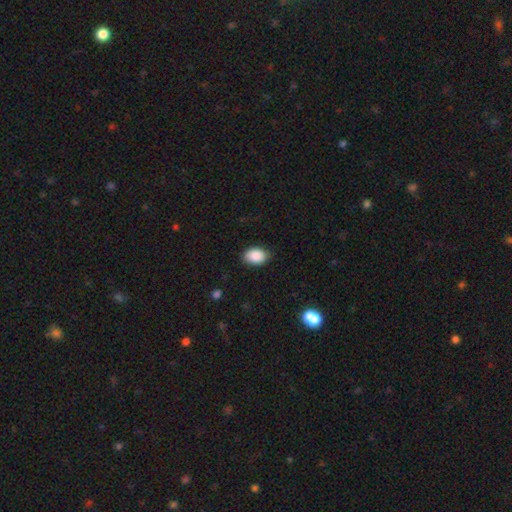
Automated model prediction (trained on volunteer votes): Smooth or featured? smooth (89%)
How rounded? in between (84%)
Merging? none (83%)